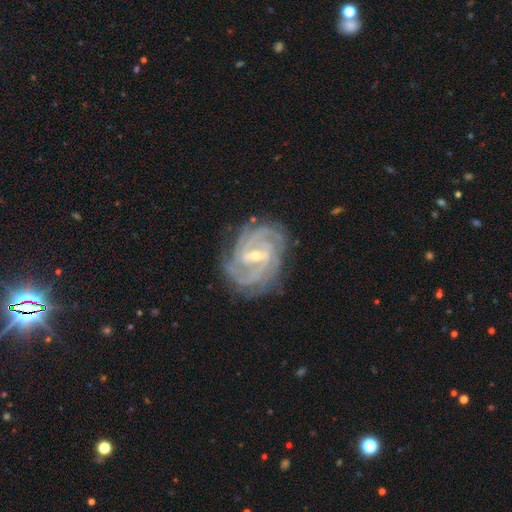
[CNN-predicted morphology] A featured or disk galaxy (92%) with a weak bar (49%), 3 (26%, tied with 4) tight (67%) spiral arms (98%) and a small central bulge (59%). Merging: none (78%).